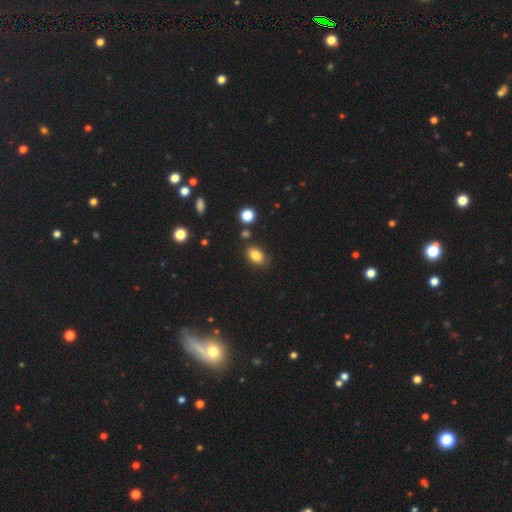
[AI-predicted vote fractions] The model was most divided on "how rounded": in between: 81%, round: 17%, cigar-shaped: 1%. More confident: smooth or featured — smooth (83%); merging — none (79%).